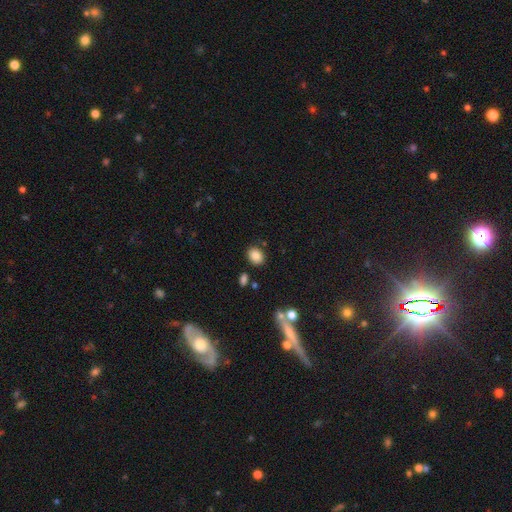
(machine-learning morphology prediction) smooth 86%, star or artifact 9%, featured or disk 5%. Down the decision tree: how rounded — in between (57%); merging — none (82%).